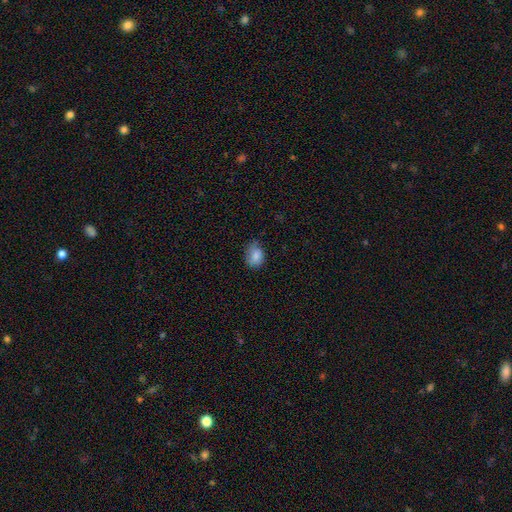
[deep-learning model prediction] Smooth or featured: smooth — 82% (featured or disk — 10%)
How rounded: in between — 65% (round — 34%)
Merging: none — 58% (minor disturbance — 32%)